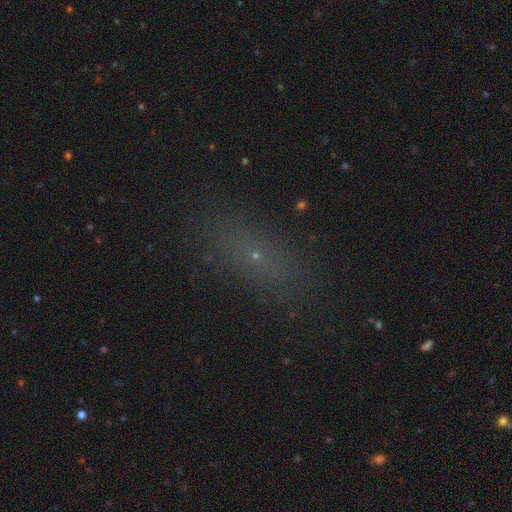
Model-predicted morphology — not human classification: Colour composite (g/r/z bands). It shows a smooth galaxy with no disk features (52%) that is in between round and cigar-shaped (63%). Merging: none (84%).